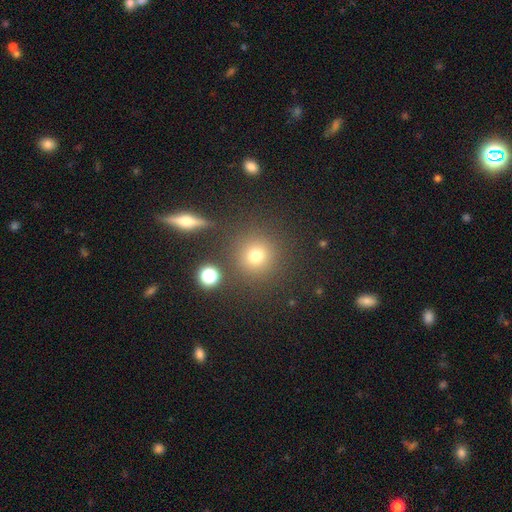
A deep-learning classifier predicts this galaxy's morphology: Q: Smooth or featured?
A: smooth (74%); runner-up: star or artifact (18%)
Q: How rounded?
A: round (93%); runner-up: in between (6%)
Q: Merging?
A: none (82%); runner-up: minor disturbance (8%)